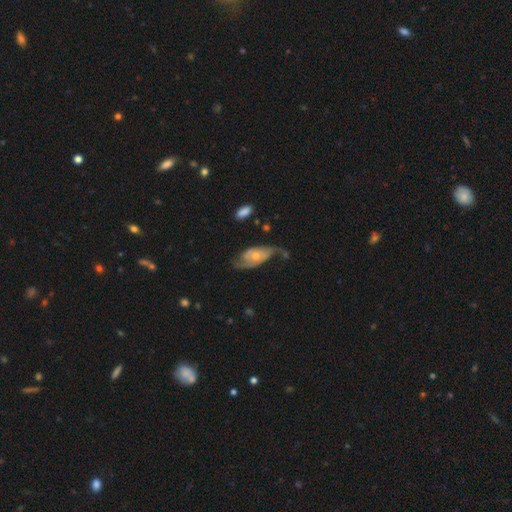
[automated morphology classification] featured or disk 73%, smooth 21%, star or artifact 6%. Down the decision tree: edge-on disk — no (93%); bar — no (70%); spiral arms — yes (88%); spiral arm count — 2 (81%); spiral winding — loose (46%); bulge size — moderate (49%); merging — none (49%).